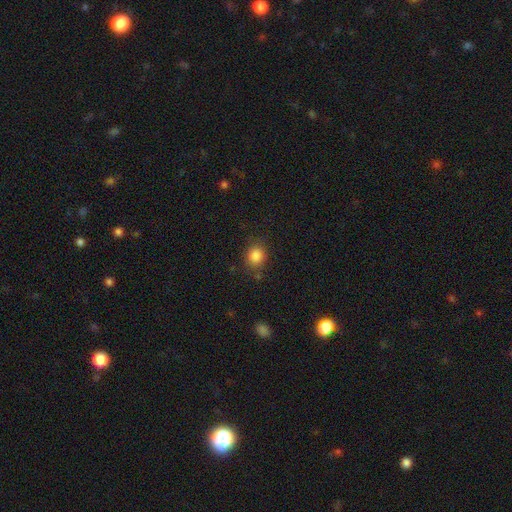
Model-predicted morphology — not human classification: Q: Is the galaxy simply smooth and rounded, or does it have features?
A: smooth — 84%.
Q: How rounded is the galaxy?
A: round — 73%.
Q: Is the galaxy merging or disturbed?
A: none — 82%.